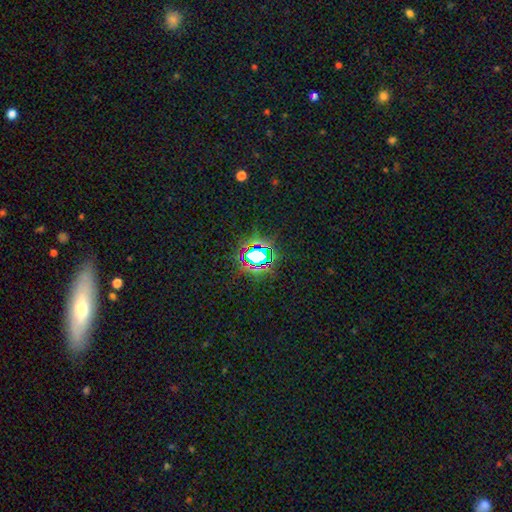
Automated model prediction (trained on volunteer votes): Smooth or featured: star or artifact — 70% (smooth — 19%)